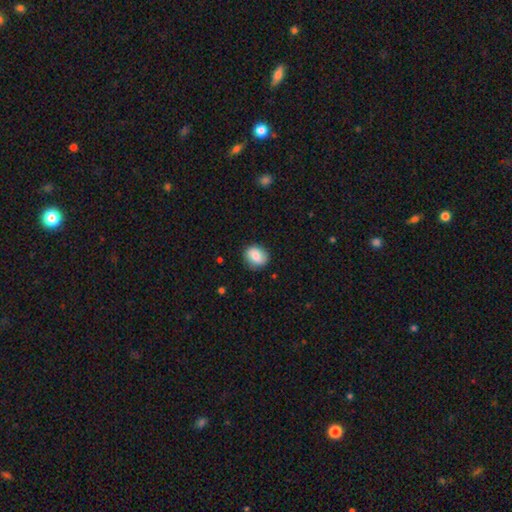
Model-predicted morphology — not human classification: Smooth or featured?
  - smooth: 80% *
  - featured or disk: 12%
  - star or artifact: 7%
How rounded?
  - round: 64% *
  - in between: 35%
  - cigar-shaped: 1%
Merging?
  - none: 84% *
  - minor disturbance: 12%
  - major disturbance: 3%
  - merger: 1%